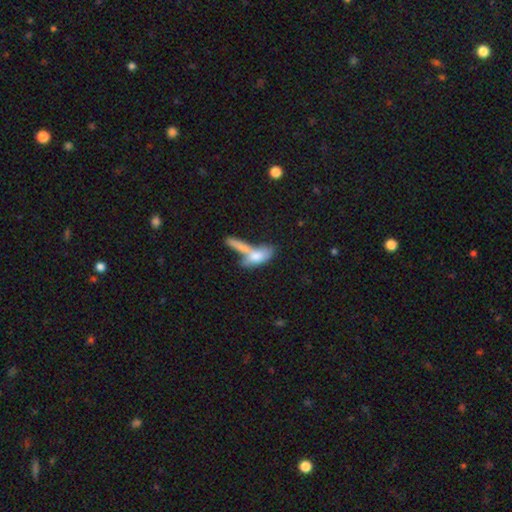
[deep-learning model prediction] Smooth or featured: smooth — 70% (featured or disk — 23%)
How rounded: in between — 67% (cigar-shaped — 28%)
Merging: merger — 56% (none — 25%)